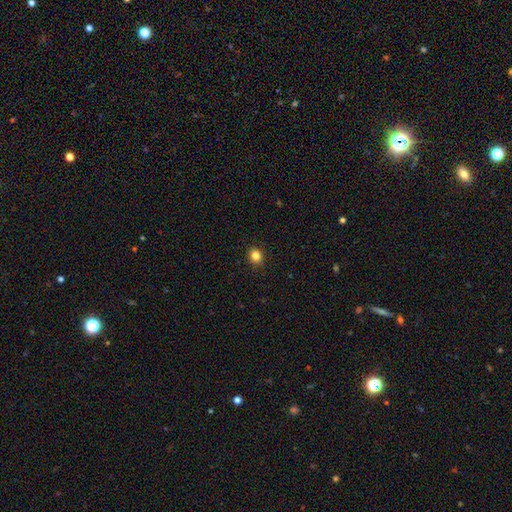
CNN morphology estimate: smooth 83%, star or artifact 12%, featured or disk 5%. Down the decision tree: how rounded — round (78%); merging — none (91%).